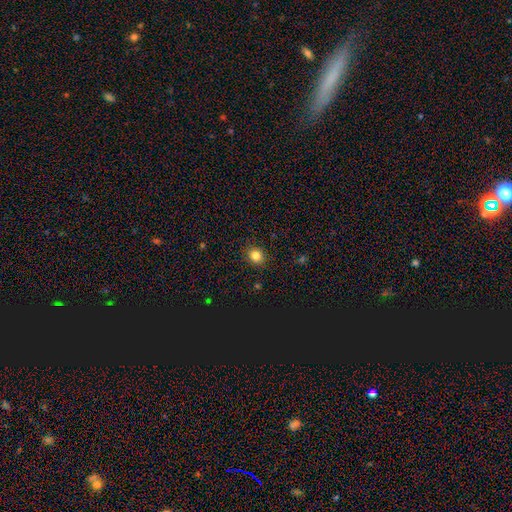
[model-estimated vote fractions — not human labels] Smooth or featured? Predicted: smooth (p=0.82). How rounded? Predicted: round (p=0.76). Merging? Predicted: none (p=0.89).